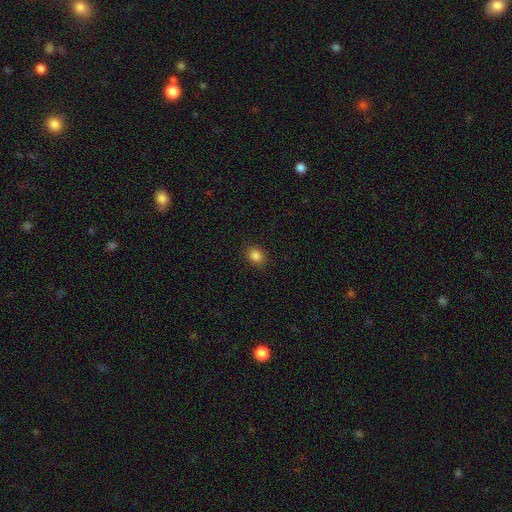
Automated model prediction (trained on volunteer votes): Q: Smooth or featured?
A: smooth (85%); runner-up: star or artifact (11%)
Q: How rounded?
A: round (54%); runner-up: in between (45%)
Q: Merging?
A: none (89%); runner-up: minor disturbance (8%)